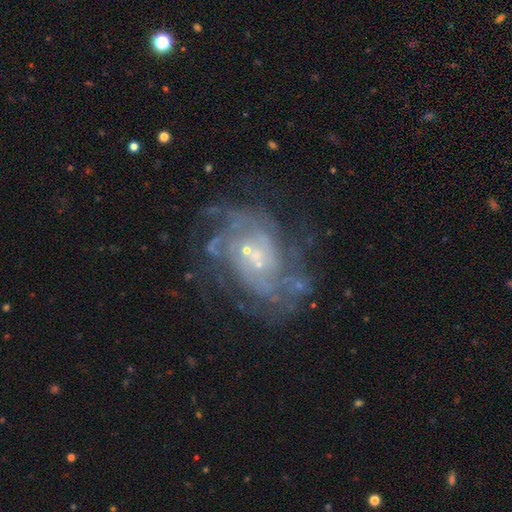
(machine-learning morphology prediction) Smooth or featured? Predicted: featured or disk (p=0.83). Edge-on disk? Predicted: no (p=0.97). Bar? Predicted: no (p=0.55). Spiral arms? Predicted: yes (p=0.88). Spiral winding? Predicted: tight (p=0.49). Spiral arm count? Predicted: can't tell (p=0.41). Bulge size? Predicted: small (p=0.74). Merging? Predicted: none (p=0.58).